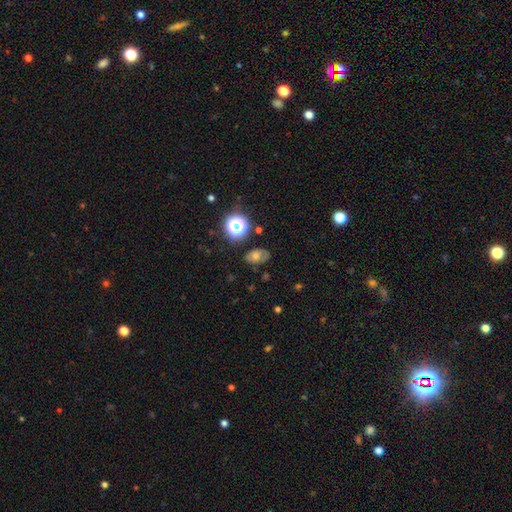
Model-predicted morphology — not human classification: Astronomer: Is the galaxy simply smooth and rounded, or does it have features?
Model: smooth — 42% (runner-up: star or artifact, 29%).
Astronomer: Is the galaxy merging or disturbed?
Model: none — 73%.